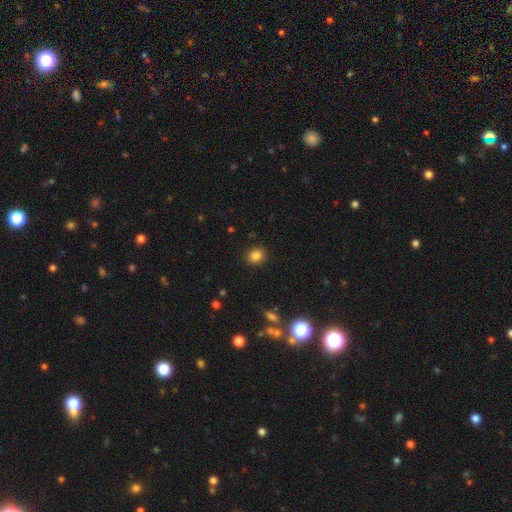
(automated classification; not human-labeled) A smooth galaxy with no disk features (83%) that is round (77%). Merging: none (90%).